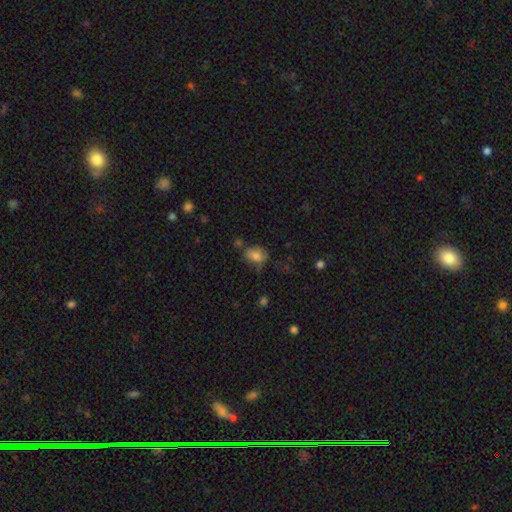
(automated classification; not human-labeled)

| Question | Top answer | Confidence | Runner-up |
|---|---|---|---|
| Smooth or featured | smooth | 72% | featured or disk (17%) |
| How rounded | in between | 69% | round (30%) |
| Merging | none | 49% | minor disturbance (29%) |